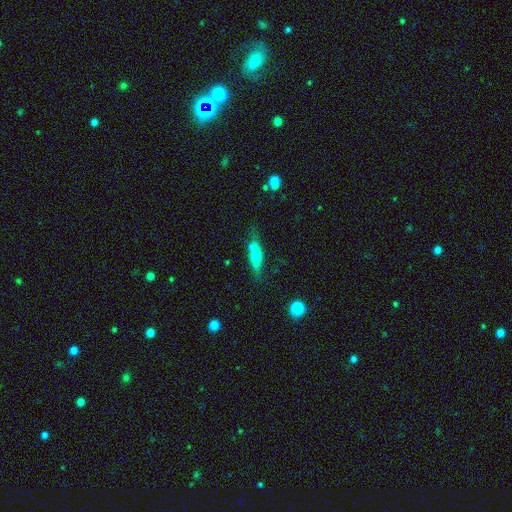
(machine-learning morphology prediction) Smooth or featured? smooth (53%)
How rounded? cigar-shaped (56%)
Merging? none (53%)